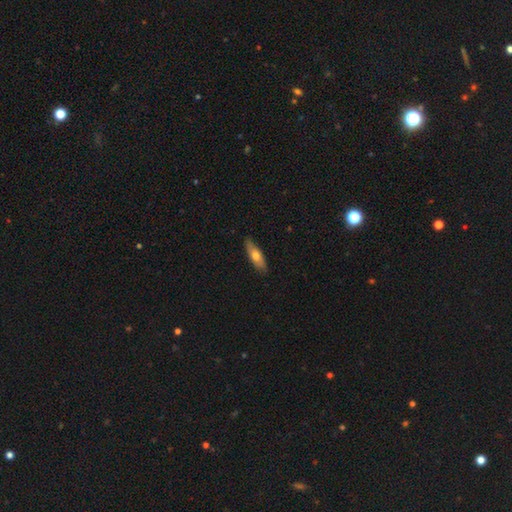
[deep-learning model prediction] Smooth or featured: smooth — 60% (featured or disk — 34%)
How rounded: cigar-shaped — 49% (in between — 48%)
Merging: none — 84% (minor disturbance — 13%)